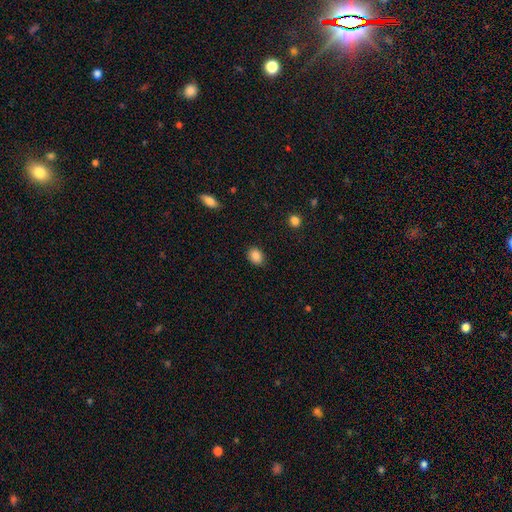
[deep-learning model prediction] smooth-or-featured: smooth: 86% | star or artifact: 9% | featured or disk: 5%
  how-rounded: in between: 60% | round: 39% | cigar-shaped: 1%
  merging: none: 84% | minor disturbance: 12% | major disturbance: 3% | merger: 1%